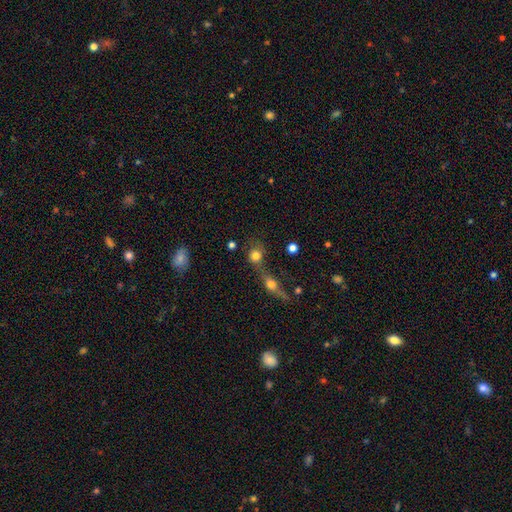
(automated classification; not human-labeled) smooth_or_featured: smooth (p=0.75) [alt: featured or disk p=0.13]
how_rounded: round (p=0.77) [alt: in between p=0.21]
merging: merger (p=0.43) [alt: none p=0.42]